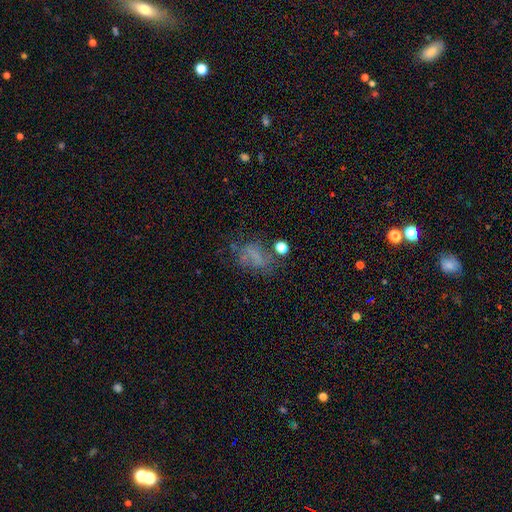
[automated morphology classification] smooth_or_featured: smooth (p=0.42) [alt: featured or disk p=0.34]
merging: none (p=0.47) [alt: major disturbance p=0.24]